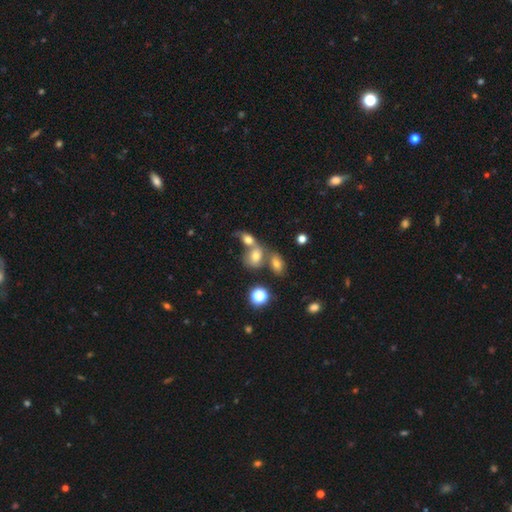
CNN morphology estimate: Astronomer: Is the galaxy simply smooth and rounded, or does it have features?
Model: smooth — 67%.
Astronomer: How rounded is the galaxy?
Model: in between — 69%.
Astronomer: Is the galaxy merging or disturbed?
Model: merger — 54% (runner-up: none, 30%).